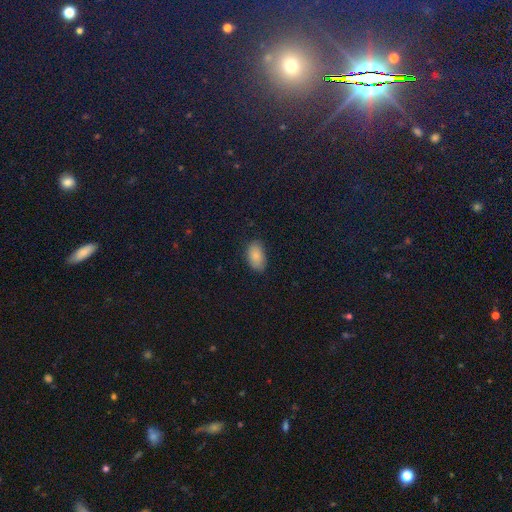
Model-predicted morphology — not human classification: smooth 86%, star or artifact 8%, featured or disk 6%. Down the decision tree: how rounded — in between (93%); merging — none (83%).